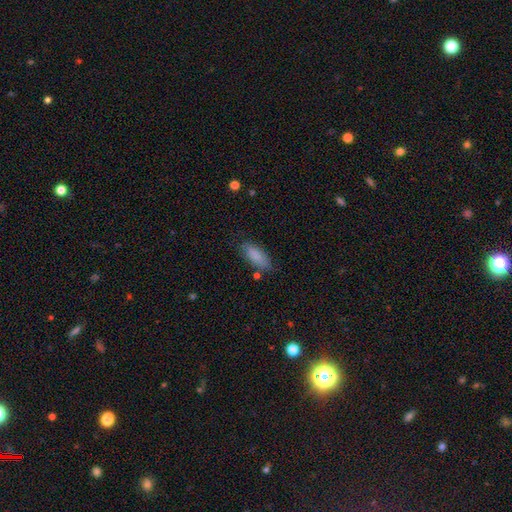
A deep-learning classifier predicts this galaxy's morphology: smooth_or_featured: smooth (p=0.86) [alt: featured or disk p=0.07]
how_rounded: in between (p=0.75) [alt: cigar-shaped p=0.23]
merging: none (p=0.78) [alt: minor disturbance p=0.16]